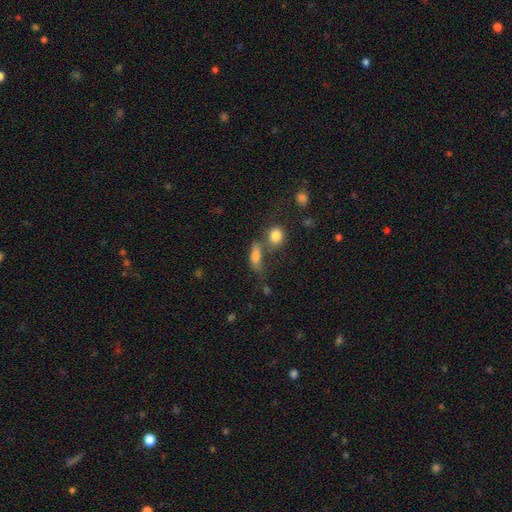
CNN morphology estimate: Smooth or featured? Predicted: smooth (p=0.75). How rounded? Predicted: in between (p=0.61). Merging? Predicted: none (p=0.43).